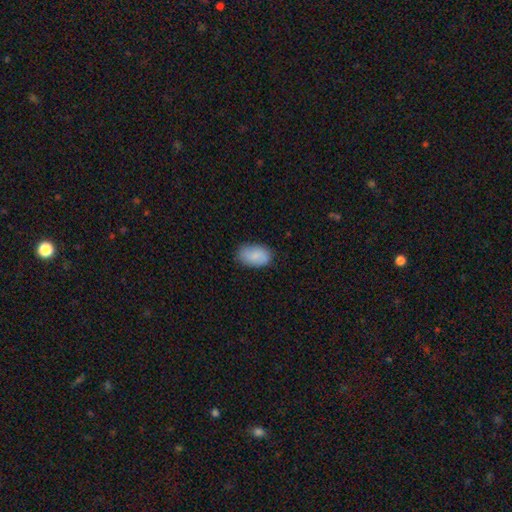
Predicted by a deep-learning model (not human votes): Smooth or featured? smooth (81%)
How rounded? in between (92%)
Merging? none (80%)